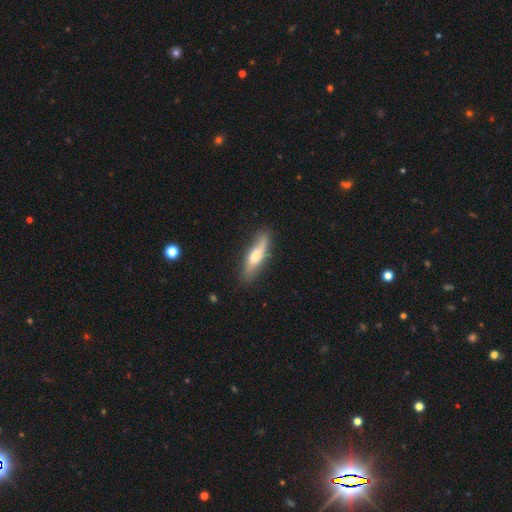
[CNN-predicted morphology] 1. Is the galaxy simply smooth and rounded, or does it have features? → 58% smooth, 36% featured or disk, 6% star or artifact.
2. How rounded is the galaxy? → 74% cigar-shaped, 24% in between, 2% round.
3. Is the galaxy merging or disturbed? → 76% none, 18% minor disturbance, 4% major disturbance, 2% merger.